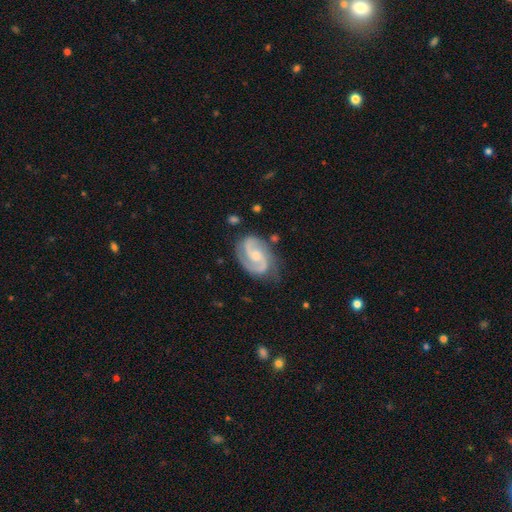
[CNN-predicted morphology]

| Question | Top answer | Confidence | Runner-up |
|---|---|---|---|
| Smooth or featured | featured or disk | 90% | smooth (6%) |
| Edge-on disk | no | 98% | yes (2%) |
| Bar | no | 49% | weak (40%) |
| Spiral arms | yes | 98% | no (2%) |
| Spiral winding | medium | 57% | tight (29%) |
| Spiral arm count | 2 | 92% | can't tell (3%) |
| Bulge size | small | 47% | tied: moderate (47%) |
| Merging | none | 75% | minor disturbance (18%) |